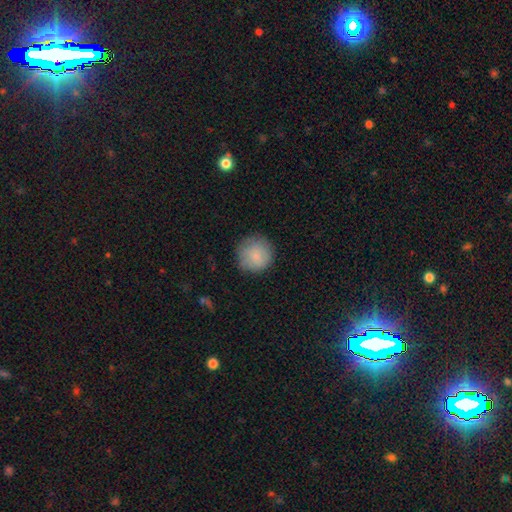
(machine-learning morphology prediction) type=smooth (83%); roundness=round (95%); merging=none (82%).